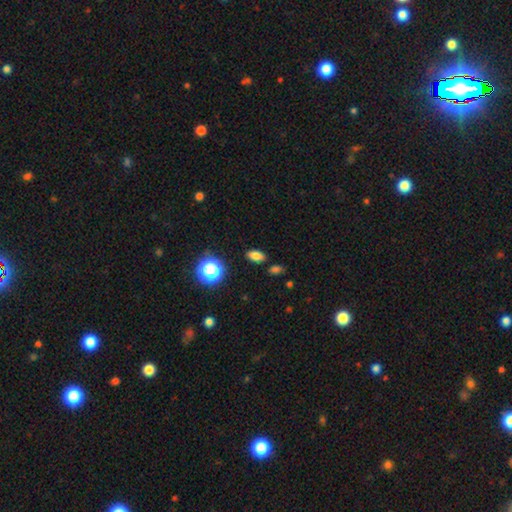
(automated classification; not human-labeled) Morphology: type=smooth (77%); roundness=in between (83%); merging=none (86%).